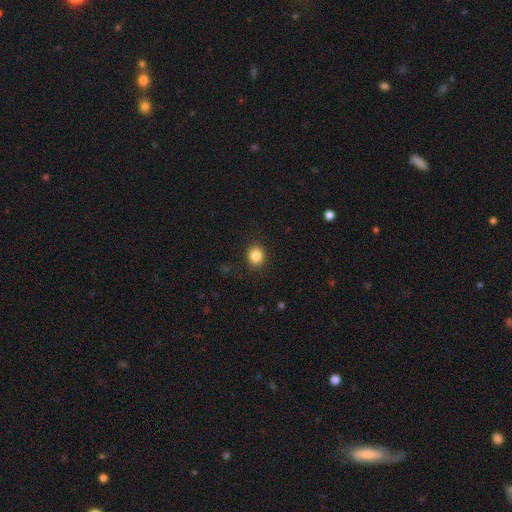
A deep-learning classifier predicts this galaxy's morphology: Smooth or featured?
  - smooth: 86% *
  - star or artifact: 10%
  - featured or disk: 4%
How rounded?
  - round: 72% *
  - in between: 27%
  - cigar-shaped: 1%
Merging?
  - none: 89% *
  - minor disturbance: 7%
  - major disturbance: 2%
  - merger: 1%